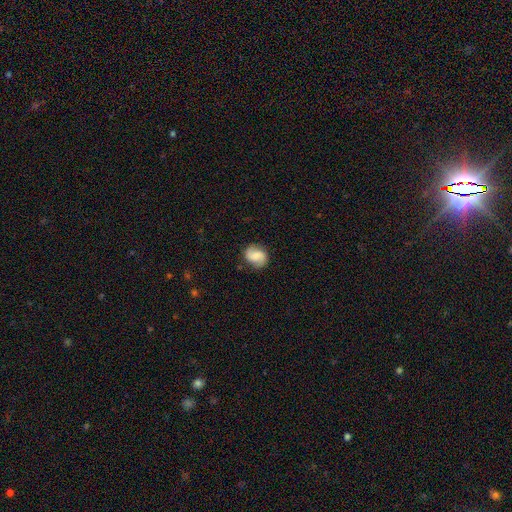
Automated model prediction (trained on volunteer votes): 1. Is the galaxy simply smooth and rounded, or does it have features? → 60% featured or disk, 32% smooth, 8% star or artifact.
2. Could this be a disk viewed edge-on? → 98% no, 2% yes.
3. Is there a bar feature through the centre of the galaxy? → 49% no, 40% weak, 11% strong.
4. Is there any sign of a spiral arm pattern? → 94% yes, 6% no.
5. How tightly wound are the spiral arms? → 44% medium, 36% loose, 20% tight.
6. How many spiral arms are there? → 91% 2, 4% can't tell, 2% 1, 1% 3, 1% 4, 1% more than 4.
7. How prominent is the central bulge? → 34% moderate, 33% small, 21% none, 9% large, 2% dominant.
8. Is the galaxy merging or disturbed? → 81% none, 13% minor disturbance, 4% major disturbance, 1% merger.